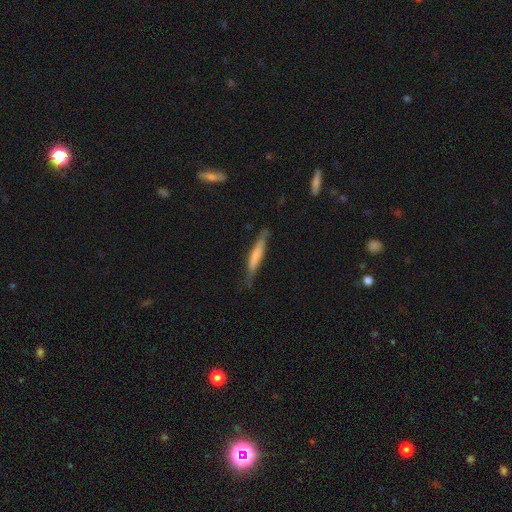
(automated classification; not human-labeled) smooth_or_featured: smooth (p=0.59) [alt: featured or disk p=0.35]
how_rounded: cigar-shaped (p=0.92) [alt: in between p=0.07]
merging: none (p=0.74) [alt: minor disturbance p=0.20]